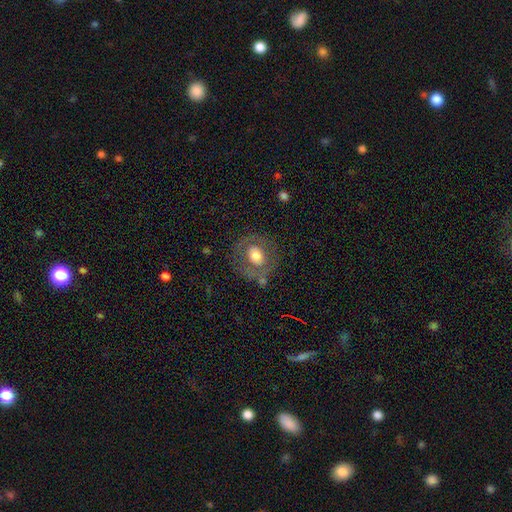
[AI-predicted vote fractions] A smooth galaxy with no disk features (55%) that is round (74%). Merging: none (71%).